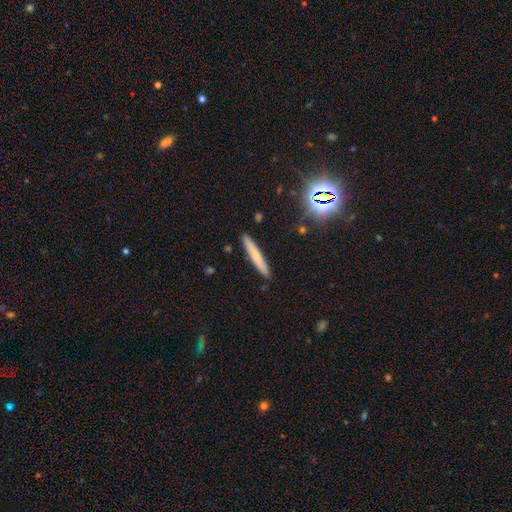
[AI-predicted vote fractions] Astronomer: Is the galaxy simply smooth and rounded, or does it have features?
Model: smooth — 64%.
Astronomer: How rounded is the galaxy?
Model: cigar-shaped — 94%.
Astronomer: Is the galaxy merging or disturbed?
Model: none — 89%.